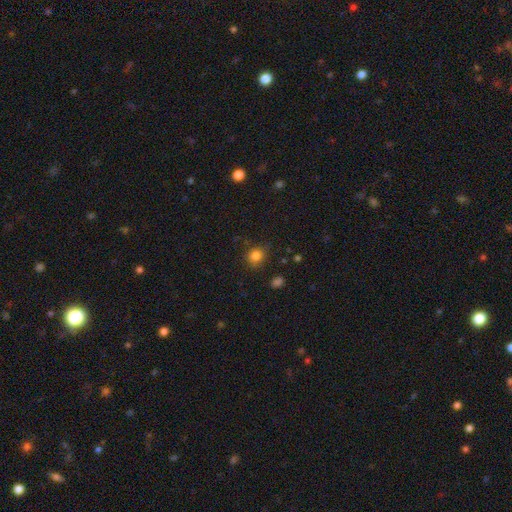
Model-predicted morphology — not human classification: Smooth or featured: smooth — 81% (star or artifact — 13%)
How rounded: round — 77% (in between — 22%)
Merging: none — 79% (minor disturbance — 15%)